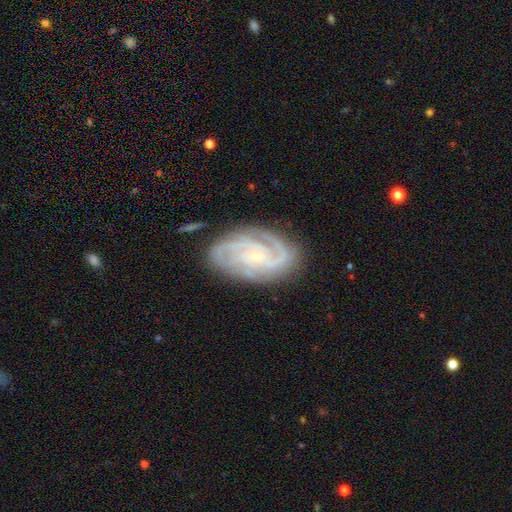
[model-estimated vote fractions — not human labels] A featured or disk galaxy (88%) with no bar (63%), 3 (36%) tight (63%) spiral arms (98%) and a small central bulge (82%). Merging: none (79%).